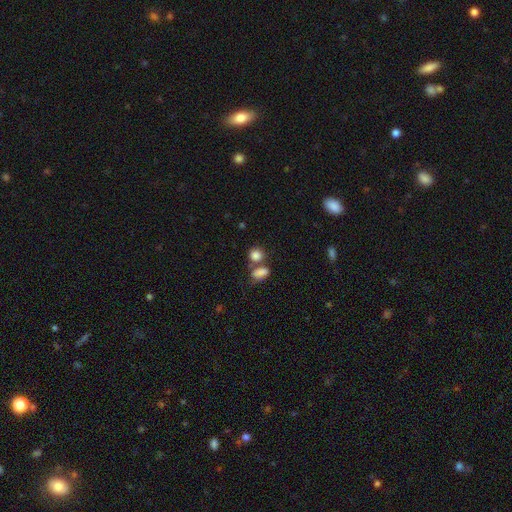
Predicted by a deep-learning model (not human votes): Overall: smooth (83%). How rounded: round (61%; in between 37%). Merging: none (46%; merger 38%).